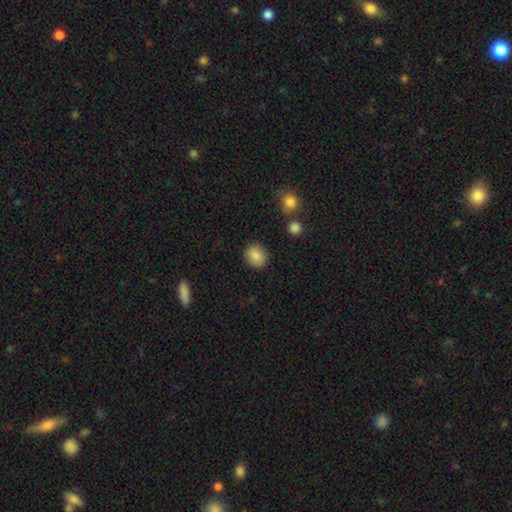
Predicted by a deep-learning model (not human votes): Smooth or featured: smooth — 86% (star or artifact — 8%)
How rounded: round — 70% (in between — 29%)
Merging: none — 88% (minor disturbance — 8%)